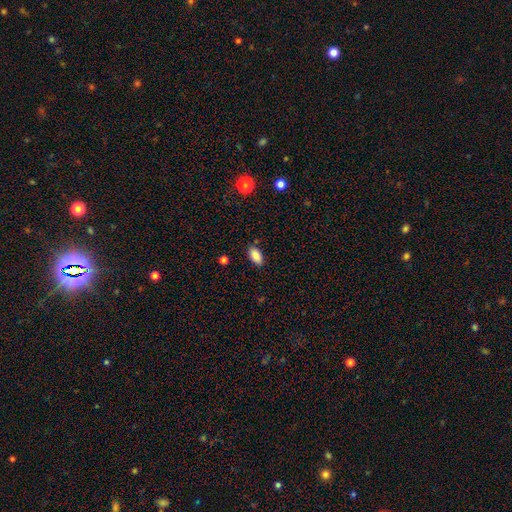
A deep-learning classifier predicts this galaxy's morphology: smooth_or_featured: smooth (p=0.87) [alt: star or artifact p=0.08]
how_rounded: in between (p=0.92) [alt: cigar-shaped p=0.04]
merging: none (p=0.85) [alt: minor disturbance p=0.11]